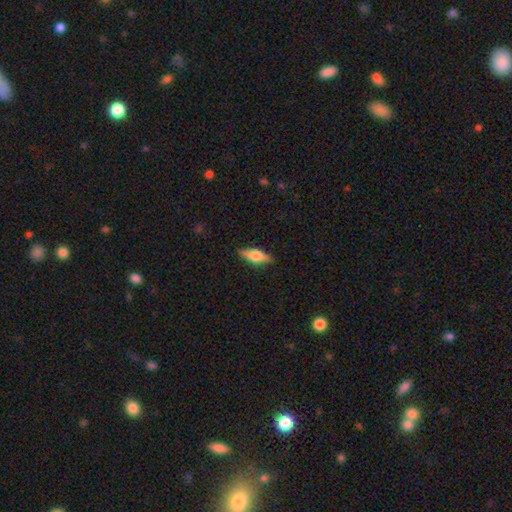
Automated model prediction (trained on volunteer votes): Smooth or featured?
  - smooth: 55% *
  - featured or disk: 39%
  - star or artifact: 7%
How rounded?
  - in between: 65% *
  - cigar-shaped: 31%
  - round: 3%
Merging?
  - none: 86% *
  - minor disturbance: 11%
  - major disturbance: 2%
  - merger: 1%